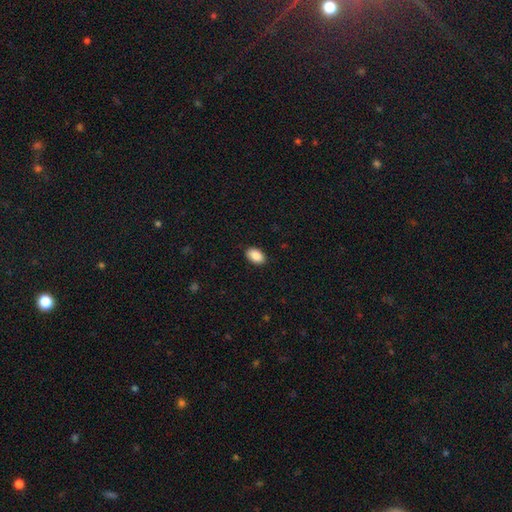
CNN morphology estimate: smooth 90%, star or artifact 7%, featured or disk 3%. Down the decision tree: how rounded — in between (92%); merging — none (89%).